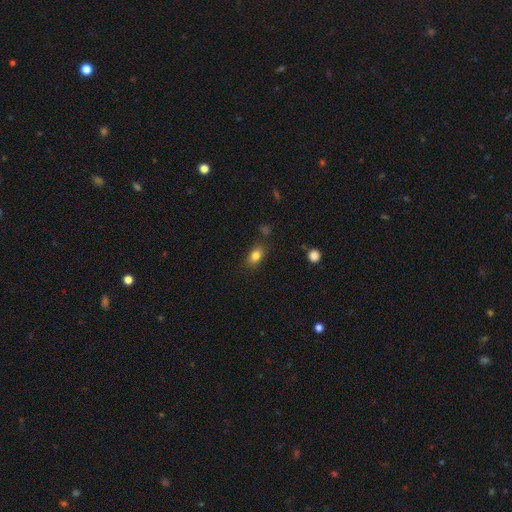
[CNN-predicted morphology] Smooth or featured? Predicted: smooth (p=0.81). How rounded? Predicted: in between (p=0.78). Merging? Predicted: none (p=0.79).